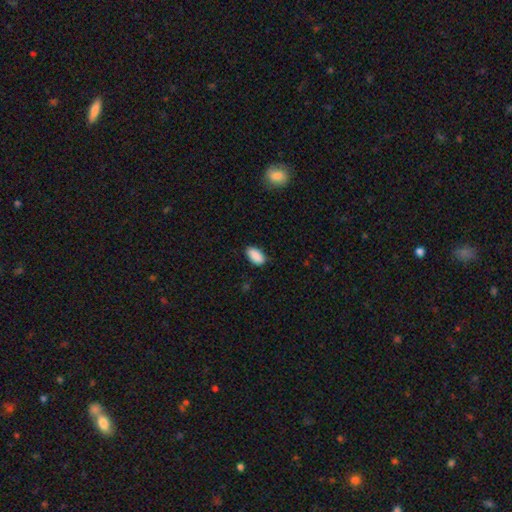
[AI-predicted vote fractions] Overall: smooth (90%). How rounded: in between (93%). Merging: none (84%).